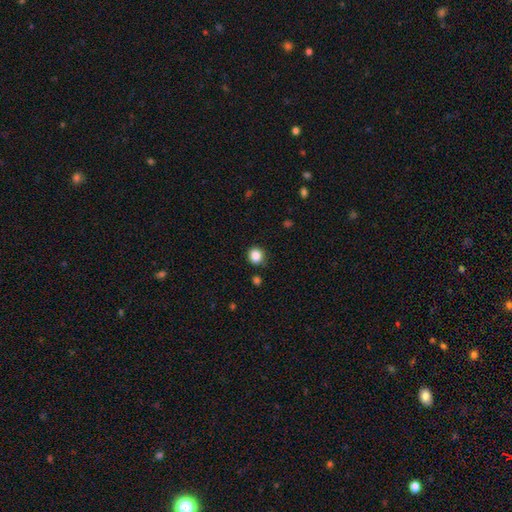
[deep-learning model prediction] This is clearly a smooth galaxy (86%). How rounded: clearly round (88%). Merging: clearly none (87%).